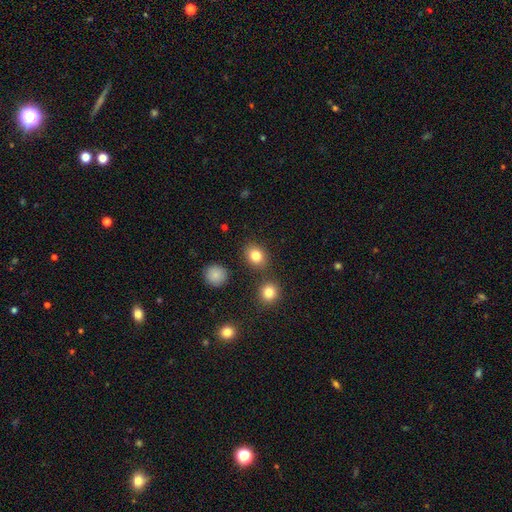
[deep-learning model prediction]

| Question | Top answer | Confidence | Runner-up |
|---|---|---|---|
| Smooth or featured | smooth | 82% | star or artifact (11%) |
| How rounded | round | 58% | in between (41%) |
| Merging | none | 81% | minor disturbance (9%) |